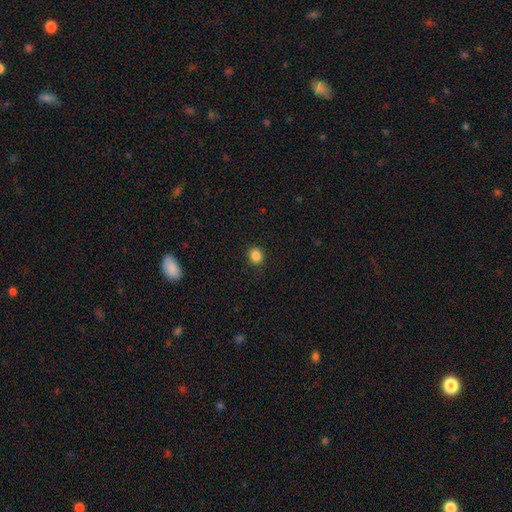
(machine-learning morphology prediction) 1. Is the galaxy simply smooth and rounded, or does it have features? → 86% smooth, 11% star or artifact, 3% featured or disk.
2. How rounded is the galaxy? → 66% round, 33% in between, 1% cigar-shaped.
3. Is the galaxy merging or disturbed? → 87% none, 10% minor disturbance, 3% major disturbance, 1% merger.